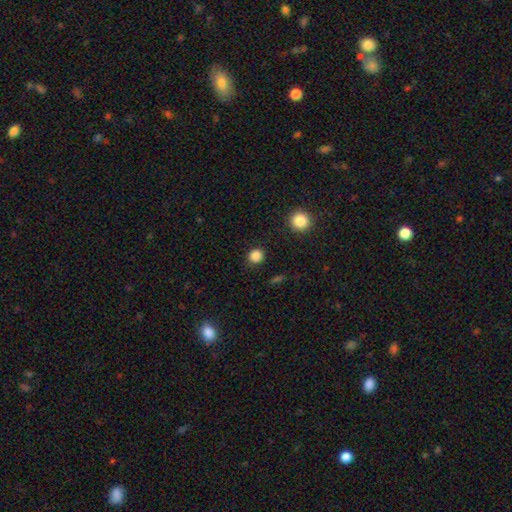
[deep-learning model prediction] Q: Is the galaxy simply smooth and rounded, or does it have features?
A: smooth — 86%.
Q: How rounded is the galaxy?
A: round — 87%.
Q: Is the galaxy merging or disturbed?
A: none — 90%.